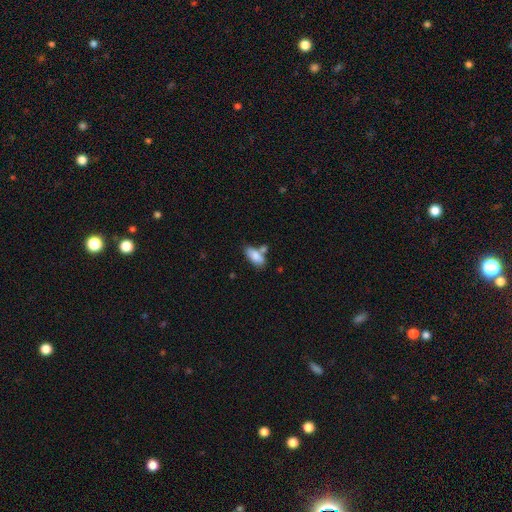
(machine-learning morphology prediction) smooth_or_featured: smooth (p=0.83) [alt: featured or disk p=0.10]
how_rounded: in between (p=0.86) [alt: cigar-shaped p=0.11]
merging: none (p=0.54) [alt: merger p=0.25]